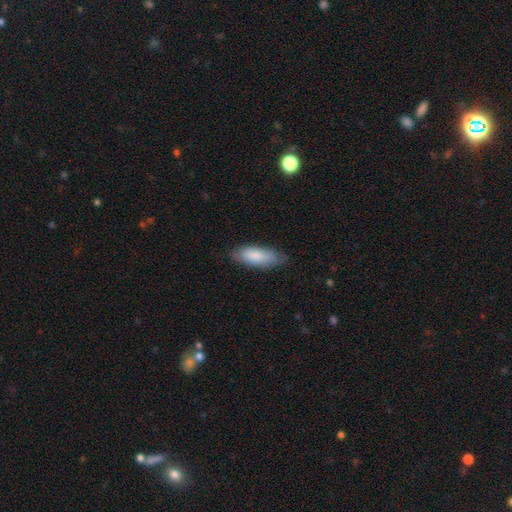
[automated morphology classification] This appears to be a smooth galaxy with no disk features (84%) that is in between round and cigar-shaped (68%). Merging: none (78%).